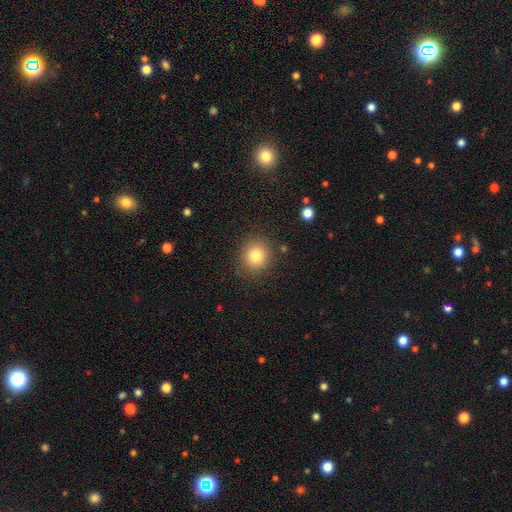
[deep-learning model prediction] This appears to be a smooth galaxy with no disk features (82%) that is round (87%). Merging: none (87%).